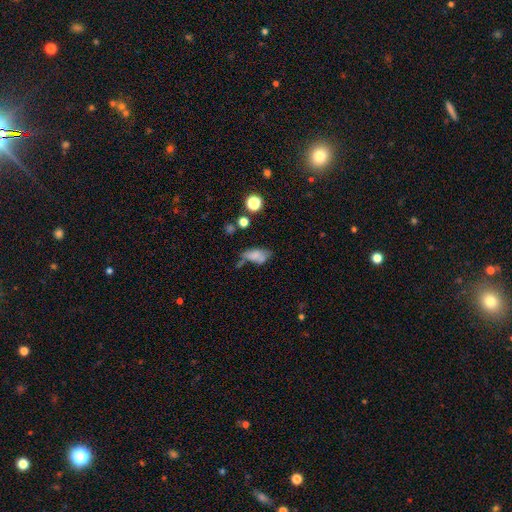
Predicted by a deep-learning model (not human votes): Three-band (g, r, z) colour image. It shows a smooth galaxy with no disk features (65%) that is in between round and cigar-shaped (84%). Merging: none (35%).